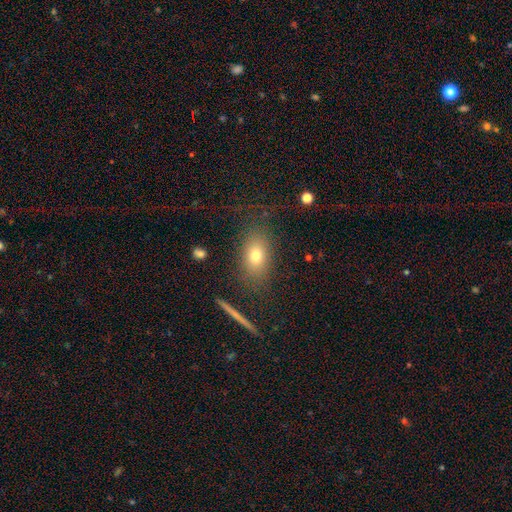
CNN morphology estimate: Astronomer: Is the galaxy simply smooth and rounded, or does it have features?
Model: smooth — 72%.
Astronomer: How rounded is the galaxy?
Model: in between — 76%.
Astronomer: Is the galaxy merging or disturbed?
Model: none — 80%.